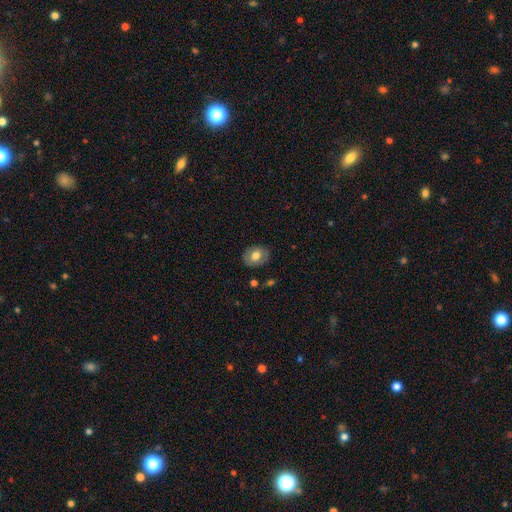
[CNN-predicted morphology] smooth-or-featured: smooth: 69% | featured or disk: 24% | star or artifact: 7%
  how-rounded: round: 50% | in between: 49% | cigar-shaped: 1%
  merging: none: 84% | minor disturbance: 12% | major disturbance: 3% | merger: 1%